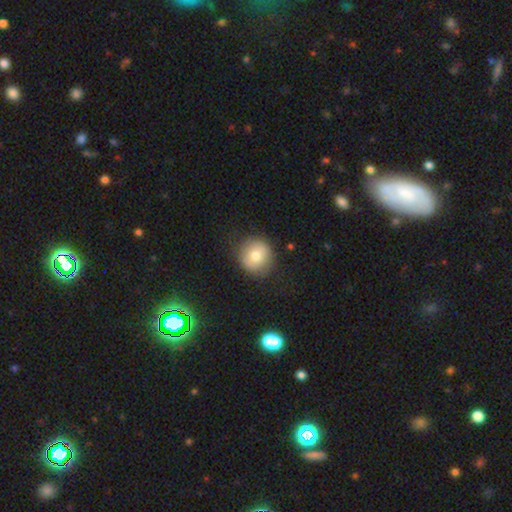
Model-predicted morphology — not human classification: This appears to be a smooth galaxy with no disk features (73%) that is round (91%). Merging: none (83%).